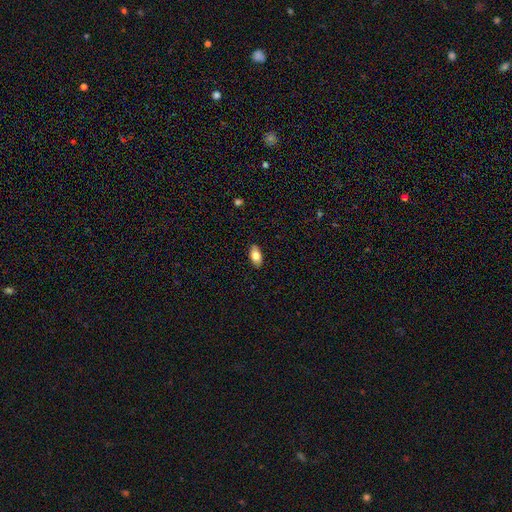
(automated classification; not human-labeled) The model was most divided on "smooth or featured": smooth: 79%, featured or disk: 14%, star or artifact: 7%. More confident: how rounded — in between (92%); merging — none (88%).